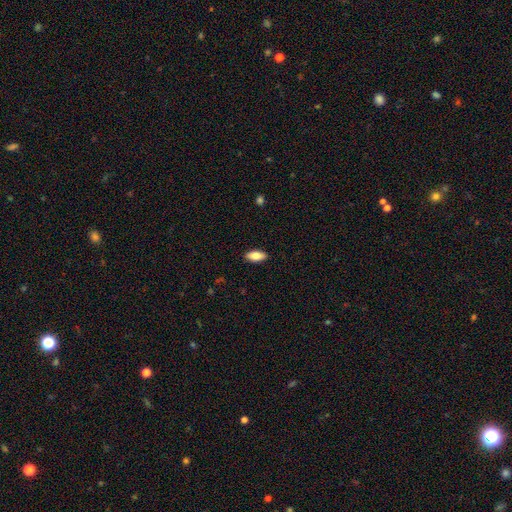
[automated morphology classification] Smooth or featured: smooth — 81% (featured or disk — 12%)
How rounded: in between — 87% (cigar-shaped — 10%)
Merging: none — 90% (minor disturbance — 8%)